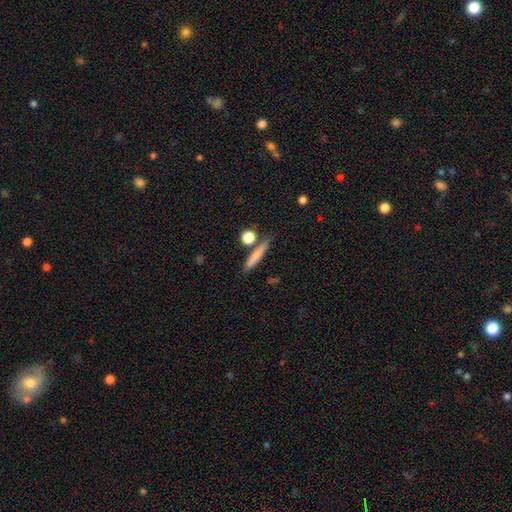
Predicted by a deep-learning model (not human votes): A smooth galaxy with no disk features (75%) that is cigar-shaped (84%).

Vote fractions:
- Smooth or featured? smooth: 75% / featured or disk: 18% / star or artifact: 8%
- How rounded? cigar-shaped: 84% / in between: 10% / round: 6%
- Merging? none: 77% / minor disturbance: 11% / merger: 8% / major disturbance: 3%